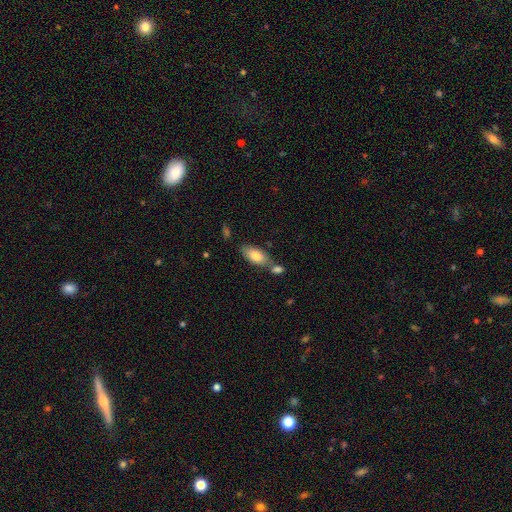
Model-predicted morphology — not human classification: Smooth or featured?
  - smooth: 80% *
  - featured or disk: 14%
  - star or artifact: 6%
How rounded?
  - in between: 89% *
  - cigar-shaped: 8%
  - round: 3%
Merging?
  - none: 55% *
  - merger: 28%
  - minor disturbance: 14%
  - major disturbance: 4%